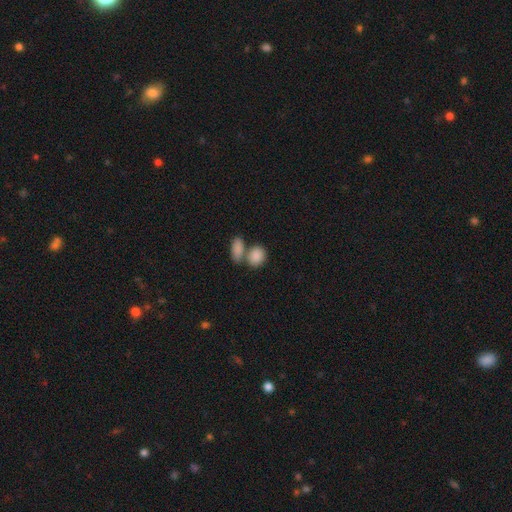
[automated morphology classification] This is clearly a smooth galaxy (88%). How rounded: likely in between (68%). Merging: marginally merger (44%).